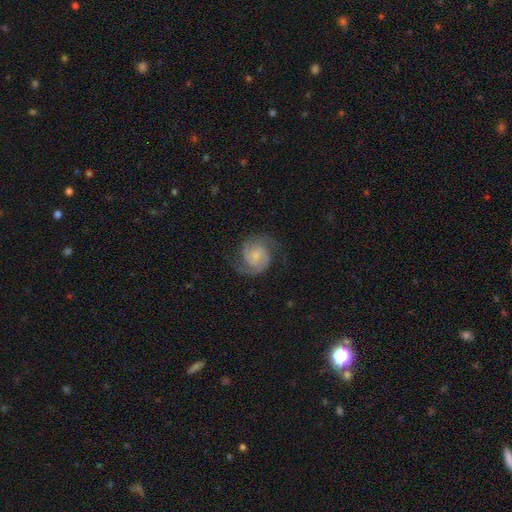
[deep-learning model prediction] smooth-or-featured: featured or disk: 83% | smooth: 11% | star or artifact: 6%
  disk-edge-on: no: 98% | yes: 2%
    bar: no: 52% | weak: 41% | strong: 7%
    has-spiral-arms: yes: 97% | no: 3%
      spiral-winding: medium: 52% | tight: 30% | loose: 17%
      spiral-arm-count: 2: 86% | 3: 5% | can't tell: 4% | 1: 2% | 4: 2% | more than 4: 2%
    bulge-size: small: 49% | moderate: 25% | none: 20% | large: 4% | dominant: 1%
  merging: none: 74% | minor disturbance: 15% | major disturbance: 9% | merger: 1%